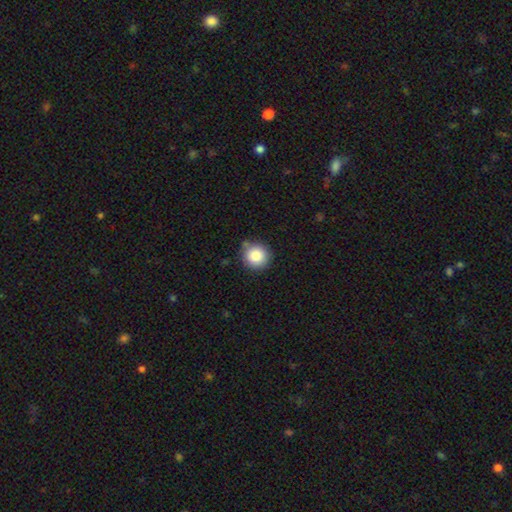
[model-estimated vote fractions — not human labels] A smooth galaxy with no disk features (87%) that is round (94%). Merging: none (83%).